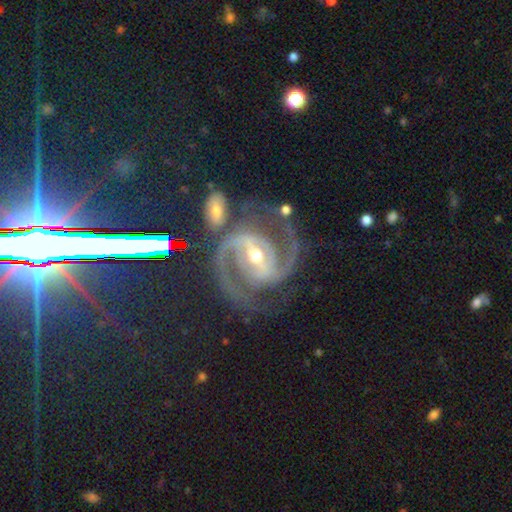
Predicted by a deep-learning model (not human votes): Smooth or featured: featured or disk — 93% (star or artifact — 5%)
Edge-on disk: no — 98% (yes — 2%)
Bar: strong — 59% (weak — 31%)
Spiral arms: yes — 98% (no — 2%)
Spiral winding: medium — 62% (tight — 28%)
Spiral arm count: 2 — 88% (3 — 6%)
Bulge size: moderate — 59% (small — 36%)
Merging: none — 68% (minor disturbance — 15%)